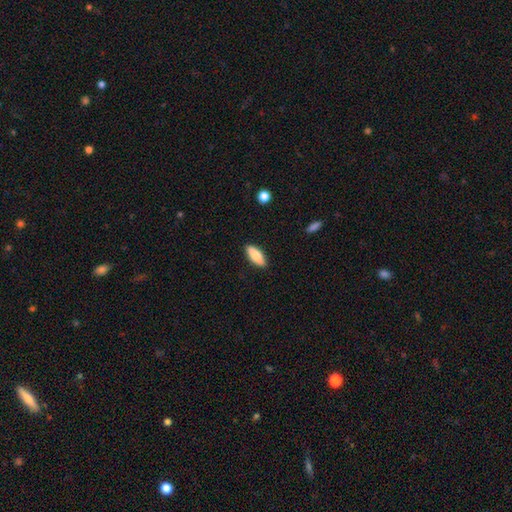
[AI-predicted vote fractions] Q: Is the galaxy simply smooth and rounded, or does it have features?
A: smooth — 75%.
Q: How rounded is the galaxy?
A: in between — 66%.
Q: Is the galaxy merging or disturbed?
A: none — 88%.